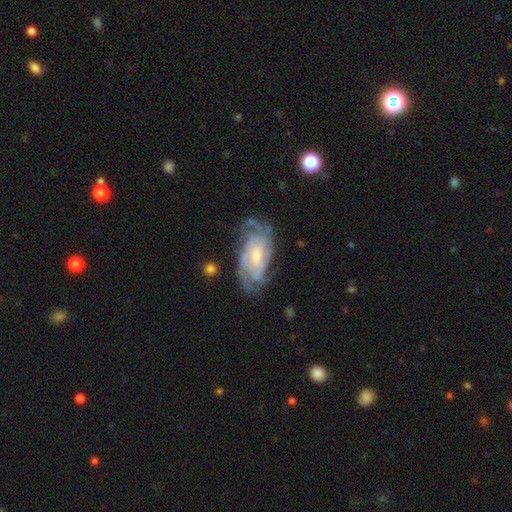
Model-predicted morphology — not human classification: A featured or disk galaxy (84%) with no bar (54%), tight (57%) spiral arms (94%) and a small central bulge (46%).

Vote fractions:
- Smooth or featured? featured or disk: 84% / smooth: 10% / star or artifact: 6%
- Edge-on disk? no: 95% / yes: 5%
- Bar? no: 54% / weak: 38% / strong: 8%
- Spiral arms? yes: 94% / no: 6%
- Spiral winding? tight: 57% / medium: 34% / loose: 9%
- Spiral arm count? can't tell: 36% / 3: 19% / 2: 17% / 4: 16% / more than 4: 6% / 1: 5%
- Bulge size? small: 46% / moderate: 45% / large: 4% / none: 4% / dominant: 1%
- Merging? none: 68% / minor disturbance: 21% / major disturbance: 10% / merger: 2%